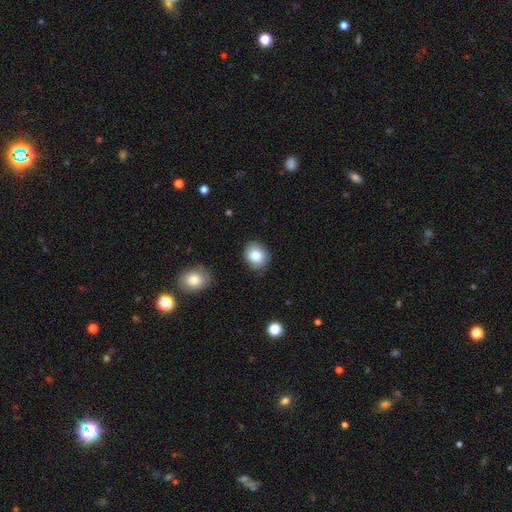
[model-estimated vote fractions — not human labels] Q: Smooth or featured?
A: smooth (82%); runner-up: star or artifact (9%)
Q: How rounded?
A: round (63%); runner-up: in between (36%)
Q: Merging?
A: none (80%); runner-up: minor disturbance (15%)